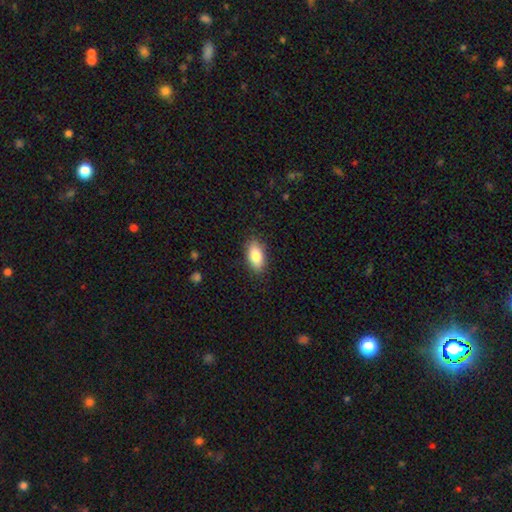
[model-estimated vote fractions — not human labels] A smooth galaxy with no disk features (83%) that is in between round and cigar-shaped (89%).

Vote fractions:
- Smooth or featured? smooth: 83% / featured or disk: 10% / star or artifact: 7%
- How rounded? in between: 89% / cigar-shaped: 7% / round: 4%
- Merging? none: 87% / minor disturbance: 10% / major disturbance: 2% / merger: 1%